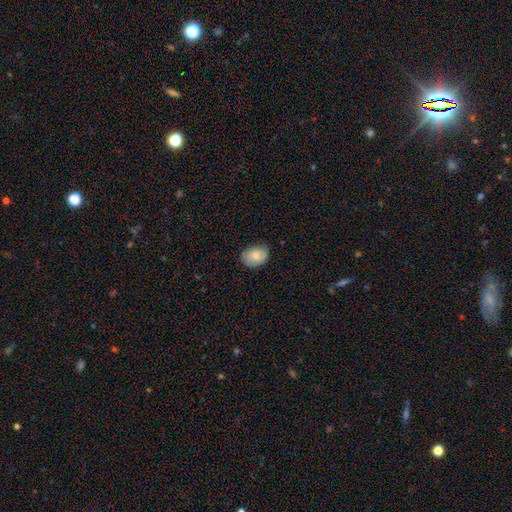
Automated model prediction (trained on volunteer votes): Q: Smooth or featured?
A: smooth (73%); runner-up: featured or disk (19%)
Q: How rounded?
A: in between (73%); runner-up: round (26%)
Q: Merging?
A: none (73%); runner-up: minor disturbance (22%)